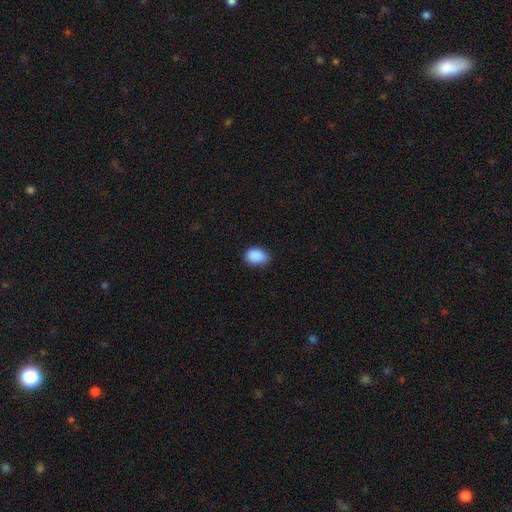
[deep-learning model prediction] smooth-or-featured: smooth: 89% | star or artifact: 8% | featured or disk: 3%
  how-rounded: in between: 76% | round: 23% | cigar-shaped: 1%
  merging: none: 72% | minor disturbance: 23% | major disturbance: 4% | merger: 1%